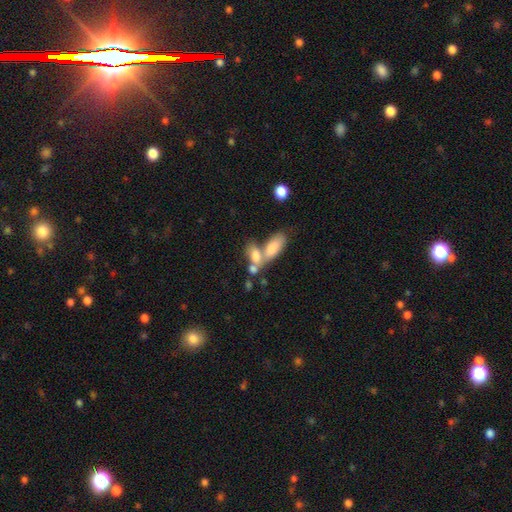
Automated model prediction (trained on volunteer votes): This appears to be a smooth galaxy with no disk features (75%) that is in between round and cigar-shaped (82%). Merging: merger (60%).